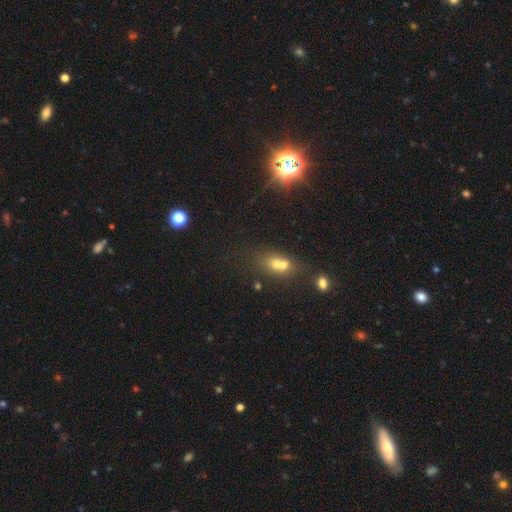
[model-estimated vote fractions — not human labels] A smooth galaxy with no disk features (55%) that is in between round and cigar-shaped (64%). Merging: none (72%).